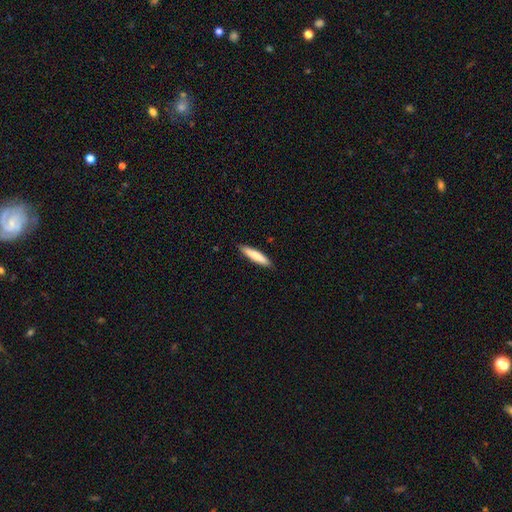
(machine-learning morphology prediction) smooth-or-featured: smooth: 77% | featured or disk: 17% | star or artifact: 5%
  how-rounded: cigar-shaped: 85% | in between: 14% | round: 1%
  merging: none: 89% | minor disturbance: 9% | major disturbance: 1% | merger: 1%